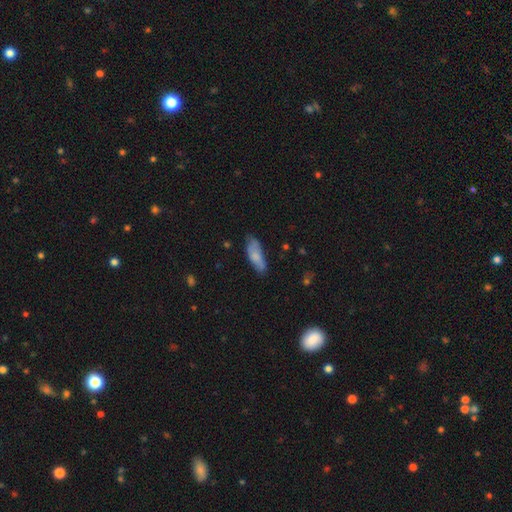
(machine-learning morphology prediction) smooth-or-featured: smooth: 77% | featured or disk: 16% | star or artifact: 7%
  how-rounded: in between: 63% | cigar-shaped: 36% | round: 2%
  merging: none: 64% | minor disturbance: 27% | major disturbance: 6% | merger: 2%